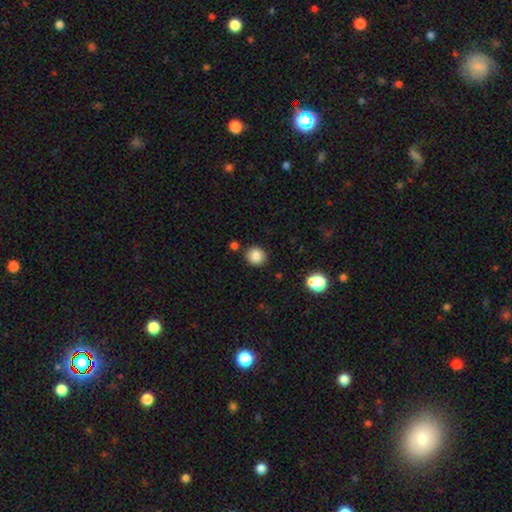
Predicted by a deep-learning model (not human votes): Smooth or featured?
  - smooth: 85% *
  - star or artifact: 10%
  - featured or disk: 4%
How rounded?
  - round: 84% *
  - in between: 15%
  - cigar-shaped: 1%
Merging?
  - none: 85% *
  - minor disturbance: 8%
  - merger: 4%
  - major disturbance: 2%